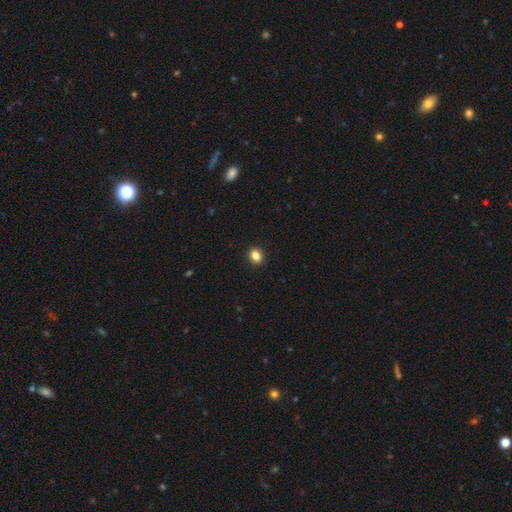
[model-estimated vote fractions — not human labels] smooth-or-featured: smooth: 85% | star or artifact: 10% | featured or disk: 4%
  how-rounded: round: 56% | in between: 43% | cigar-shaped: 1%
  merging: none: 92% | minor disturbance: 6% | major disturbance: 2% | merger: 1%